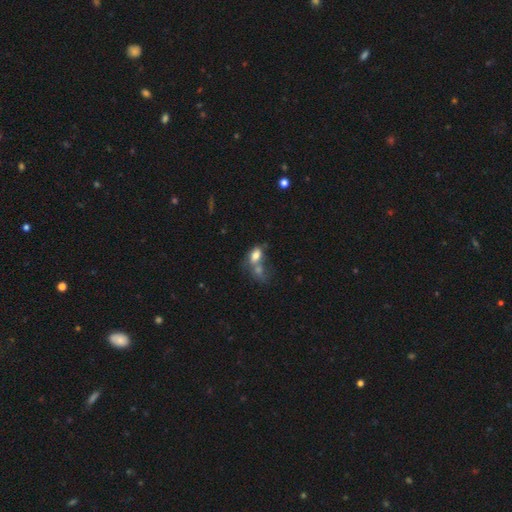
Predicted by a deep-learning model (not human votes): This appears to be a smooth galaxy with no disk features (74%) that is in between round and cigar-shaped (86%). Merging: merger (55%).